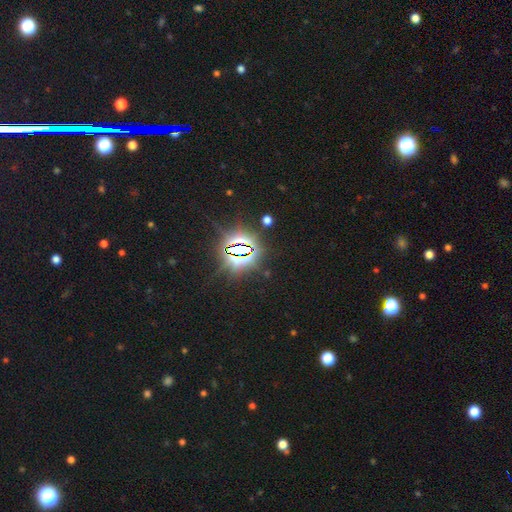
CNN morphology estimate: The model was most divided on "smooth or featured": star or artifact: 82%, smooth: 11%, featured or disk: 7%.